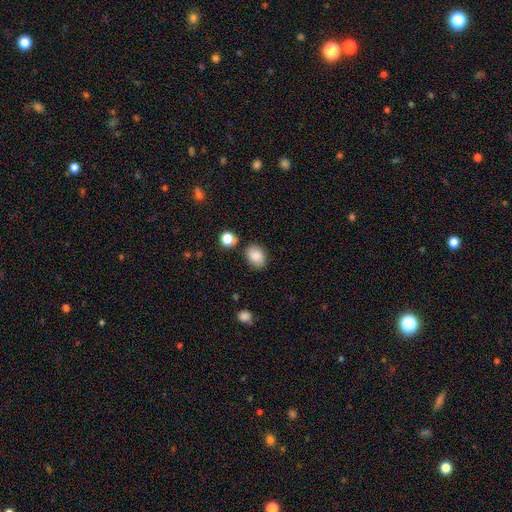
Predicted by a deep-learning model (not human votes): Smooth or featured: smooth — 85% (star or artifact — 9%)
How rounded: in between — 77% (round — 22%)
Merging: none — 79% (minor disturbance — 14%)